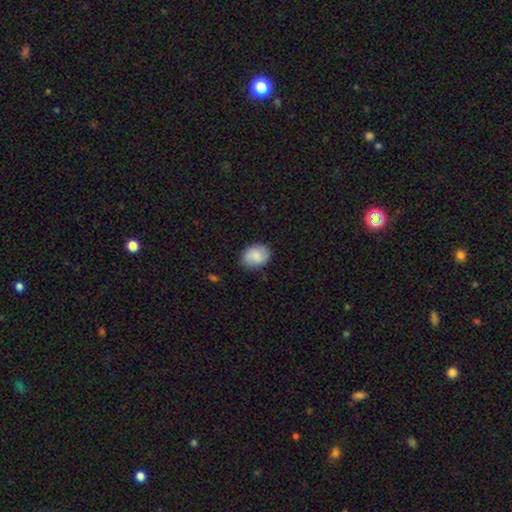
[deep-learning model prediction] Smooth or featured?
  - smooth: 83% *
  - featured or disk: 10%
  - star or artifact: 7%
How rounded?
  - in between: 64% *
  - round: 35%
  - cigar-shaped: 1%
Merging?
  - none: 82% *
  - minor disturbance: 14%
  - major disturbance: 3%
  - merger: 1%